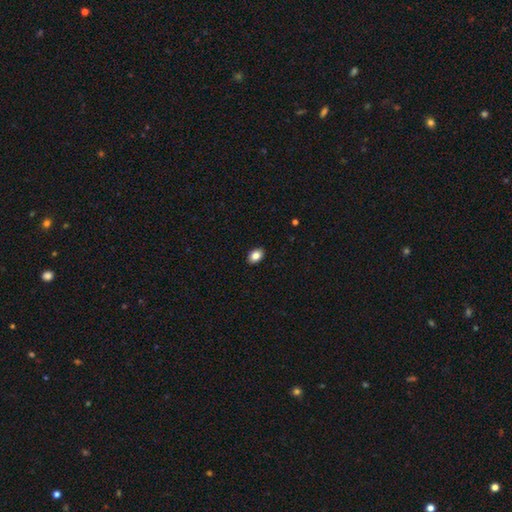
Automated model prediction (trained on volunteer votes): smooth-or-featured: smooth: 84% | star or artifact: 9% | featured or disk: 7%
  how-rounded: in between: 85% | round: 14% | cigar-shaped: 1%
  merging: none: 90% | minor disturbance: 7% | major disturbance: 2% | merger: 1%